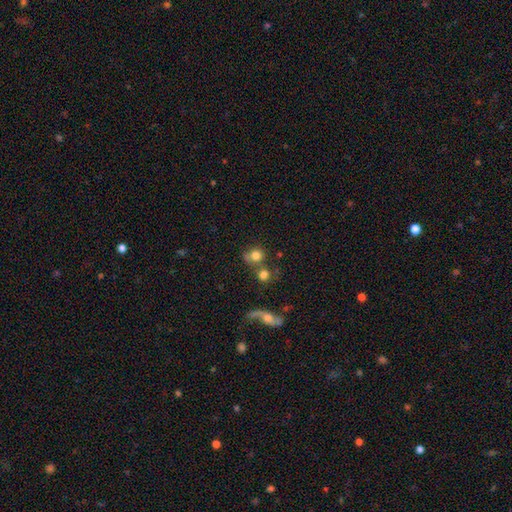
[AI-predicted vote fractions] Q: Smooth or featured?
A: smooth (75%); runner-up: featured or disk (15%)
Q: How rounded?
A: round (85%); runner-up: in between (13%)
Q: Merging?
A: none (47%); runner-up: merger (33%)